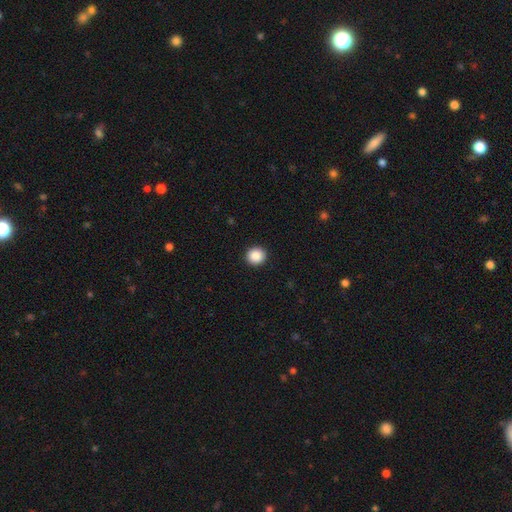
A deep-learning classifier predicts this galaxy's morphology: Smooth or featured? Predicted: smooth (p=0.88). How rounded? Predicted: round (p=0.93). Merging? Predicted: none (p=0.93).